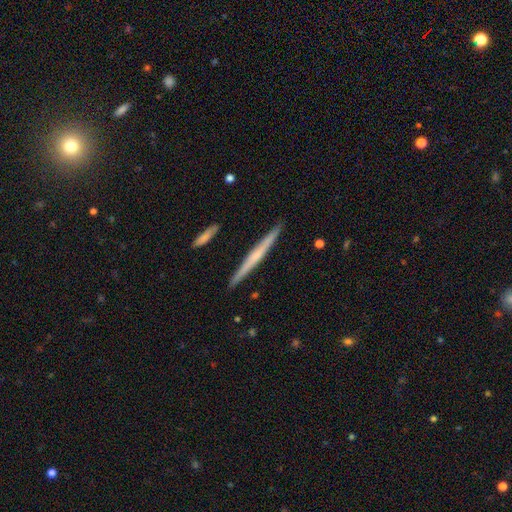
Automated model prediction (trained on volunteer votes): smooth_or_featured: featured or disk (p=0.56) [alt: smooth p=0.38]
disk_edge_on: yes (p=0.98) [alt: no p=0.02]
edge_on_bulge: none (p=0.64) [alt: rounded p=0.27]
merging: none (p=0.91) [alt: minor disturbance p=0.06]